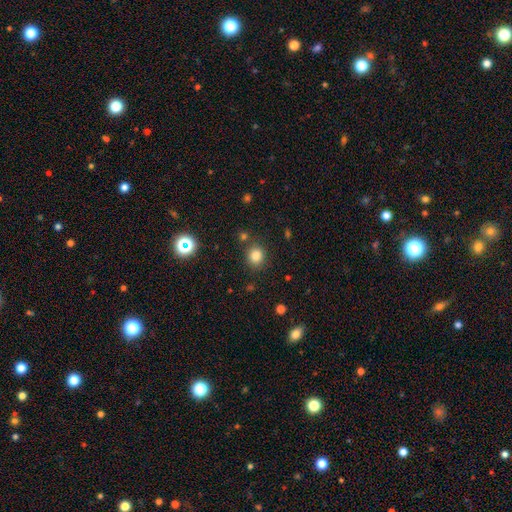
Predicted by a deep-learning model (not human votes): smooth-or-featured: smooth: 81% | star or artifact: 14% | featured or disk: 5%
  how-rounded: round: 78% | in between: 21% | cigar-shaped: 1%
  merging: none: 81% | minor disturbance: 10% | merger: 6% | major disturbance: 4%